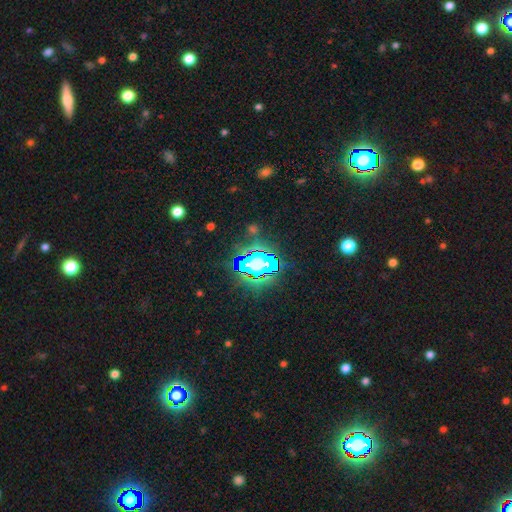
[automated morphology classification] The model was most divided on "smooth or featured": star or artifact: 79%, smooth: 13%, featured or disk: 9%.